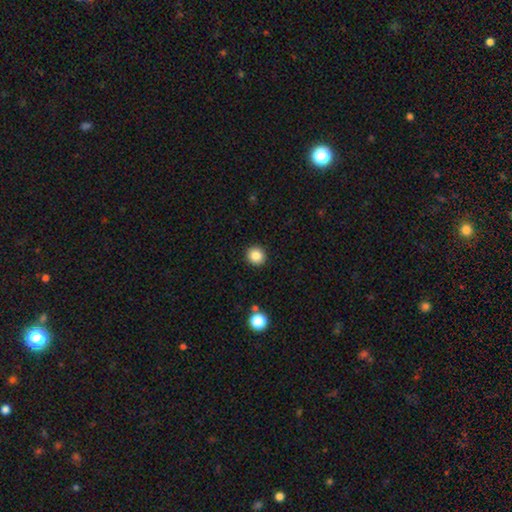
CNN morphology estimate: Smooth or featured?
  - smooth: 85% *
  - star or artifact: 10%
  - featured or disk: 5%
How rounded?
  - round: 93% *
  - in between: 6%
  - cigar-shaped: 1%
Merging?
  - none: 92% *
  - minor disturbance: 5%
  - major disturbance: 2%
  - merger: 1%